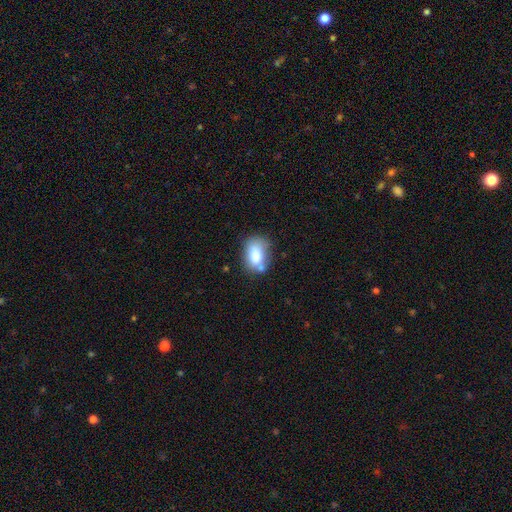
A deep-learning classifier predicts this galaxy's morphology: Smooth or featured? Predicted: smooth (p=0.77). How rounded? Predicted: in between (p=0.78). Merging? Predicted: none (p=0.52).